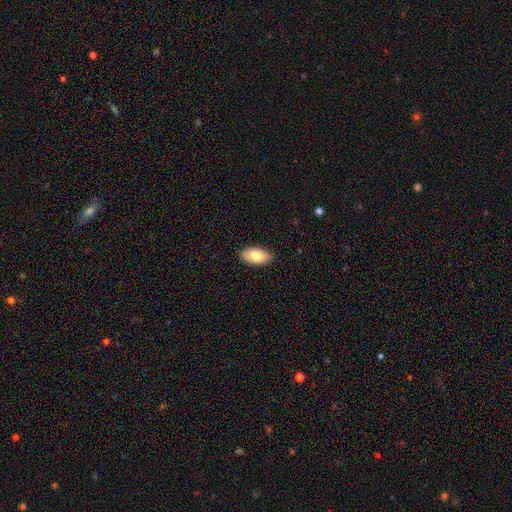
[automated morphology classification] This appears to be a smooth galaxy with no disk features (81%) that is in between round and cigar-shaped (93%). Merging: none (89%).